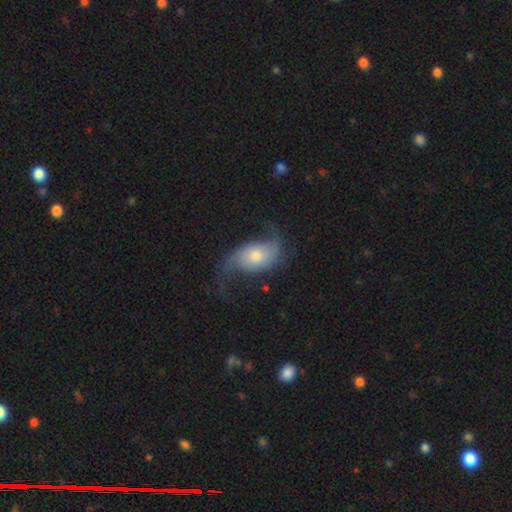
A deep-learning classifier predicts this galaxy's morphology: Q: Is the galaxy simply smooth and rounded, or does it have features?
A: featured or disk — 67%.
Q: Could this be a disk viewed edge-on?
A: no — 95%.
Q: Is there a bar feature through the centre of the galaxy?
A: no — 67%.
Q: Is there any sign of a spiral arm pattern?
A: yes — 90%.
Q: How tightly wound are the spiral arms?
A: loose — 77%.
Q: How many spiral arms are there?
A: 2 — 86%.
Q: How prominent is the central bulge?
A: moderate — 53%.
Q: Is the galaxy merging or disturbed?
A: none — 52%.